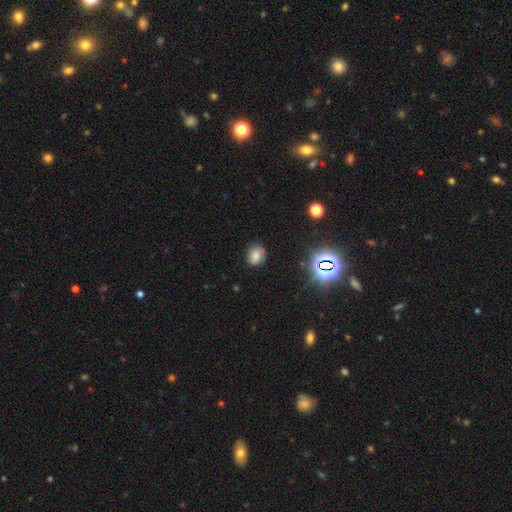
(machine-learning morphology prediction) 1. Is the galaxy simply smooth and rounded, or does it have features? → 73% smooth, 16% star or artifact, 12% featured or disk.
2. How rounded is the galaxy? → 56% round, 43% in between, 1% cigar-shaped.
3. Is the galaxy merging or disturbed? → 78% none, 17% minor disturbance, 4% major disturbance, 1% merger.